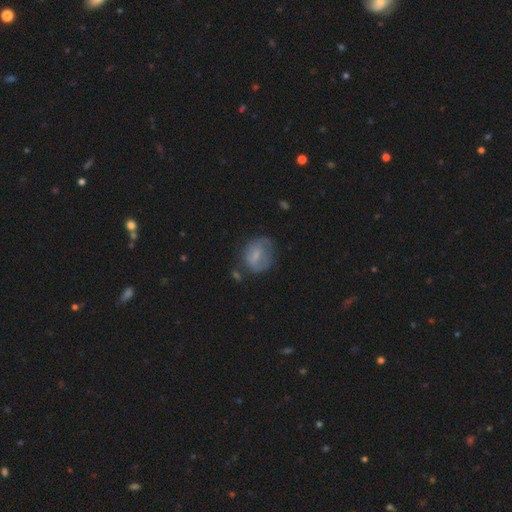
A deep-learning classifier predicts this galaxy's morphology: This is possibly a smooth galaxy (58%). How rounded: possibly round (55%). Merging: possibly none (45%).